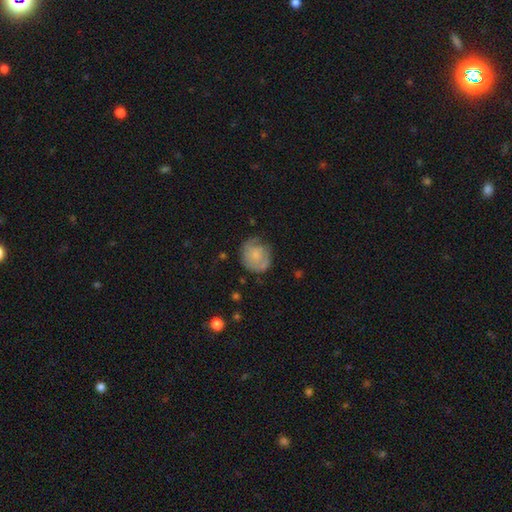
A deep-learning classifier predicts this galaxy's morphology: Smooth or featured: smooth — 59% (featured or disk — 34%)
How rounded: round — 81% (in between — 18%)
Merging: none — 62% (minor disturbance — 26%)